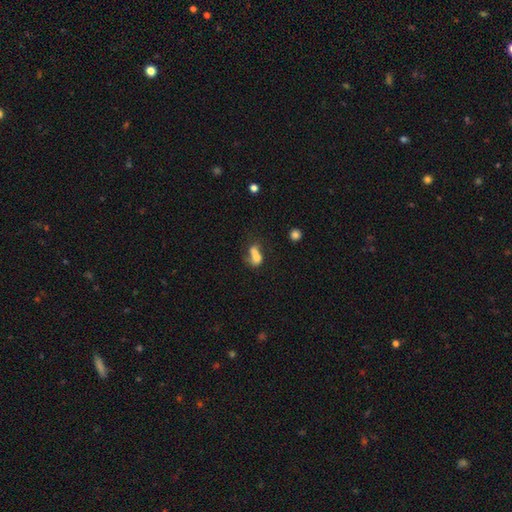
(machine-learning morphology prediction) This is likely a smooth galaxy (65%). How rounded: likely in between (74%). Merging: possibly merger (51%).